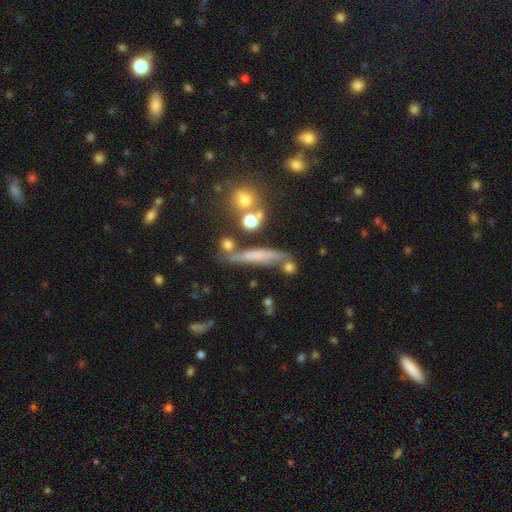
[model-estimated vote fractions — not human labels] Overall: smooth (42%, tied with featured or disk). Merging: none (66%).